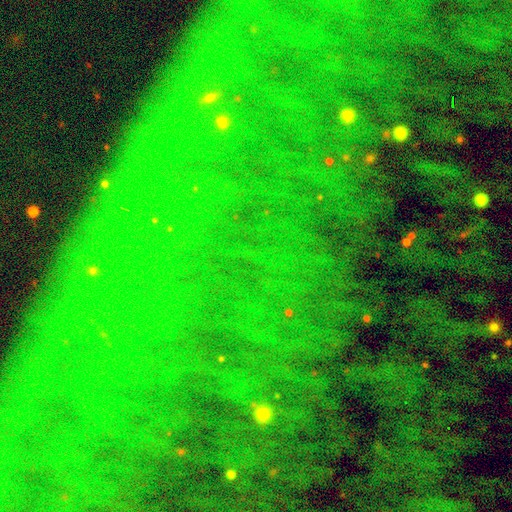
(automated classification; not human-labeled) Smooth or featured? star or artifact (85%)